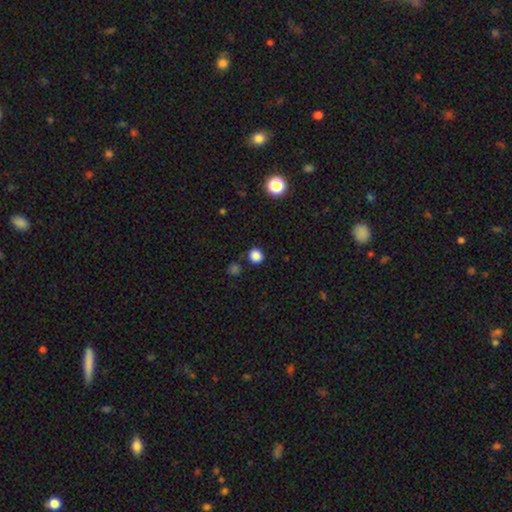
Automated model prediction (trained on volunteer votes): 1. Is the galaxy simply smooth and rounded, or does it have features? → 84% smooth, 13% star or artifact, 3% featured or disk.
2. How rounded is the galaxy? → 91% round, 8% in between, 1% cigar-shaped.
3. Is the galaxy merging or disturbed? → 86% none, 7% minor disturbance, 4% merger, 3% major disturbance.